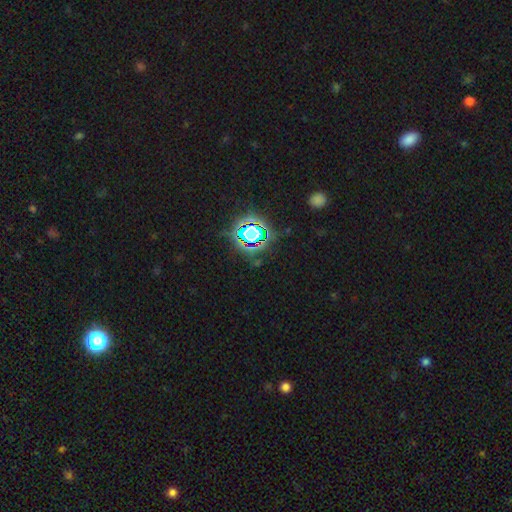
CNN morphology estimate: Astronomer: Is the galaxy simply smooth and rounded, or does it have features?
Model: star or artifact — 78%.